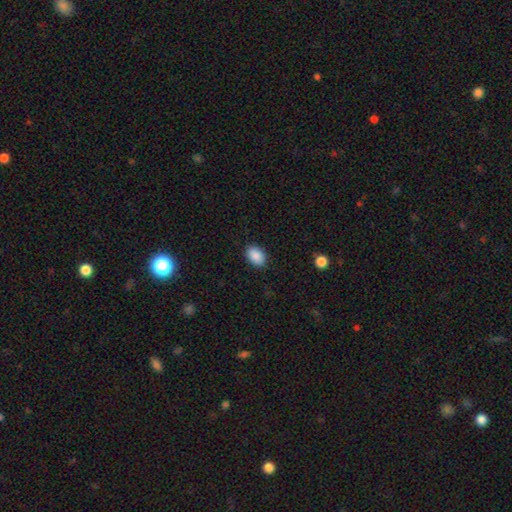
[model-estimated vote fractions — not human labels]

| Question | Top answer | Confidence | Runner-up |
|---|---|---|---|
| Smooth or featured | smooth | 89% | star or artifact (7%) |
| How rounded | in between | 83% | round (16%) |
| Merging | none | 89% | minor disturbance (8%) |